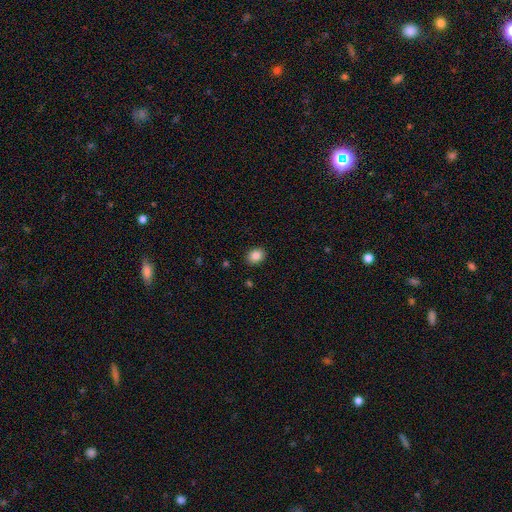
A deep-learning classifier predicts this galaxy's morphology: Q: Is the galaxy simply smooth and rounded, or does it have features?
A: smooth — 85%.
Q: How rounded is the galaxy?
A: in between — 52%.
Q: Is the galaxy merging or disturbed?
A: none — 90%.